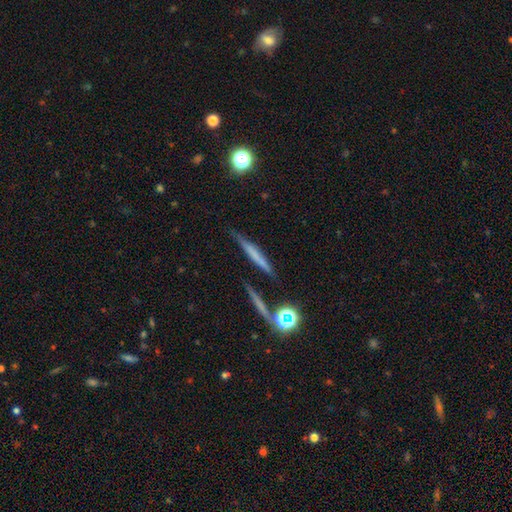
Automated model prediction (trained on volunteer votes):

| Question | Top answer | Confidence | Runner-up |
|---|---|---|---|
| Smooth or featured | smooth | 45% | featured or disk (41%) |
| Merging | none | 78% | minor disturbance (12%) |